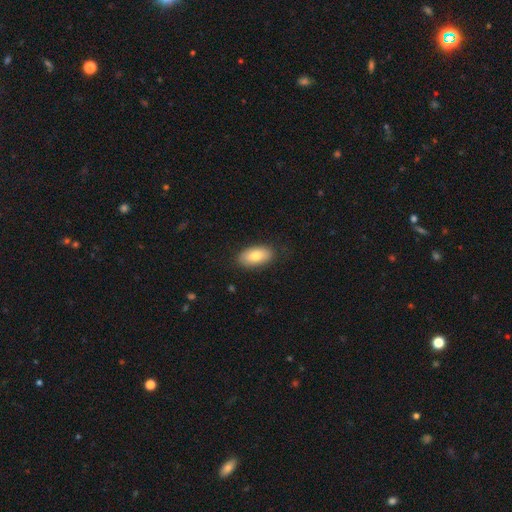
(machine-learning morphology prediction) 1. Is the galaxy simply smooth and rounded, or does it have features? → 78% smooth, 15% featured or disk, 7% star or artifact.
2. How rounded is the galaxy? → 93% in between, 4% round, 3% cigar-shaped.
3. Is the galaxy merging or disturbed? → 85% none, 11% minor disturbance, 3% major disturbance, 1% merger.